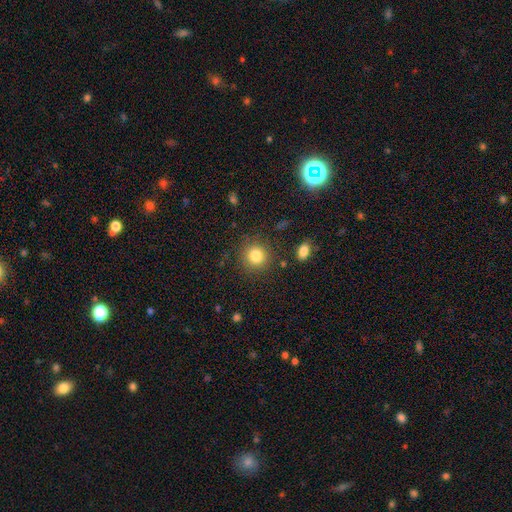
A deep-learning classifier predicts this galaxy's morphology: Q: Smooth or featured?
A: smooth (83%); runner-up: star or artifact (11%)
Q: How rounded?
A: round (90%); runner-up: in between (9%)
Q: Merging?
A: none (86%); runner-up: minor disturbance (8%)